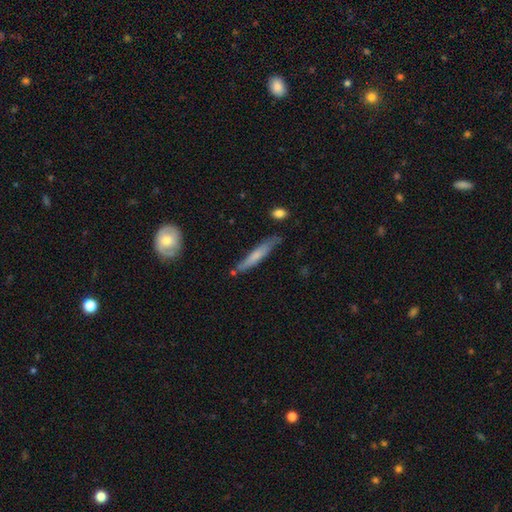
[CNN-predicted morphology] Smooth or featured?
  - smooth: 57% *
  - featured or disk: 37%
  - star or artifact: 6%
How rounded?
  - cigar-shaped: 92% *
  - in between: 6%
  - round: 1%
Merging?
  - none: 74% *
  - minor disturbance: 18%
  - merger: 4%
  - major disturbance: 3%